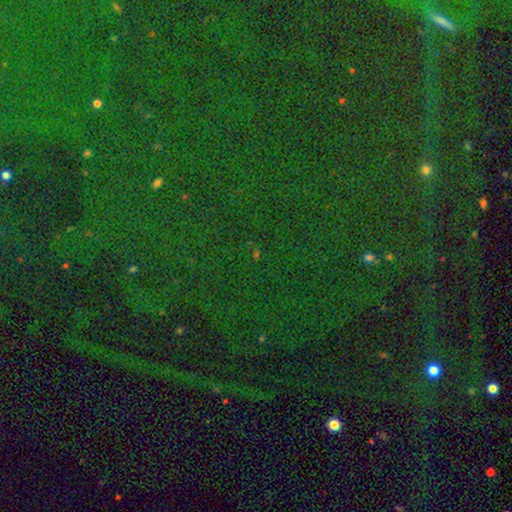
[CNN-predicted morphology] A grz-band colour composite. It shows a star or artifact, not a galaxy (83%).